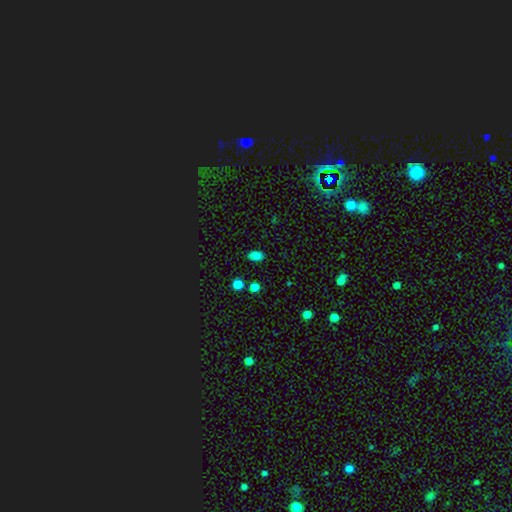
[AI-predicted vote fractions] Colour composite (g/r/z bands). It shows a smooth galaxy with no disk features (83%) that is in between round and cigar-shaped (88%). Merging: none (87%).